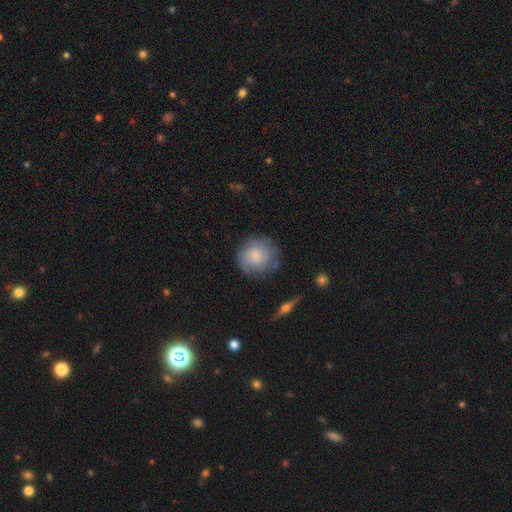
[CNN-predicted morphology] Overall: smooth (63%; featured or disk 30%). How rounded: round (90%). Merging: none (72%).